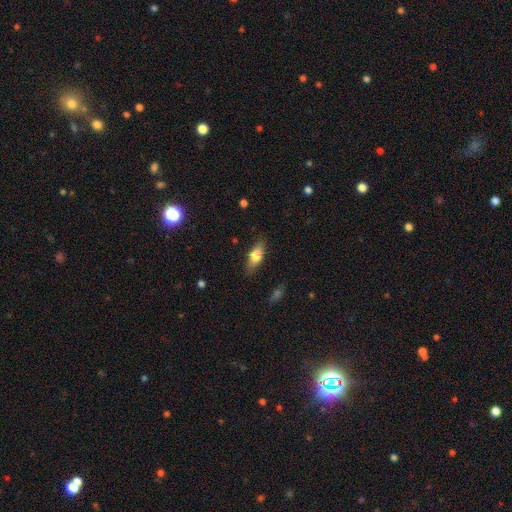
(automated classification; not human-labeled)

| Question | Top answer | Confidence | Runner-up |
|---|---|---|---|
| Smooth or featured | smooth | 69% | featured or disk (24%) |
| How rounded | in between | 75% | cigar-shaped (20%) |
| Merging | none | 84% | minor disturbance (12%) |